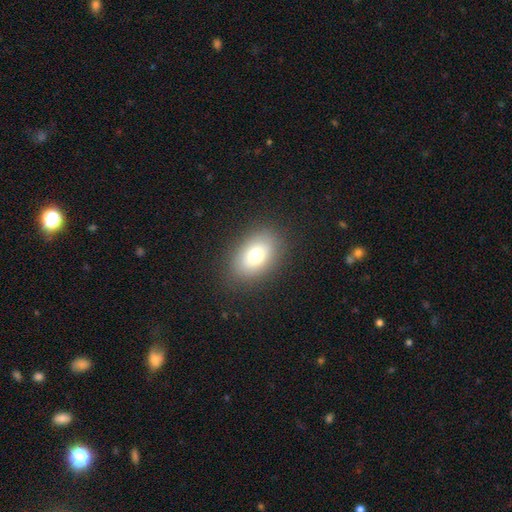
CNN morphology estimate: Q: Smooth or featured?
A: smooth (72%); runner-up: featured or disk (17%)
Q: How rounded?
A: in between (80%); runner-up: round (19%)
Q: Merging?
A: none (85%); runner-up: minor disturbance (10%)